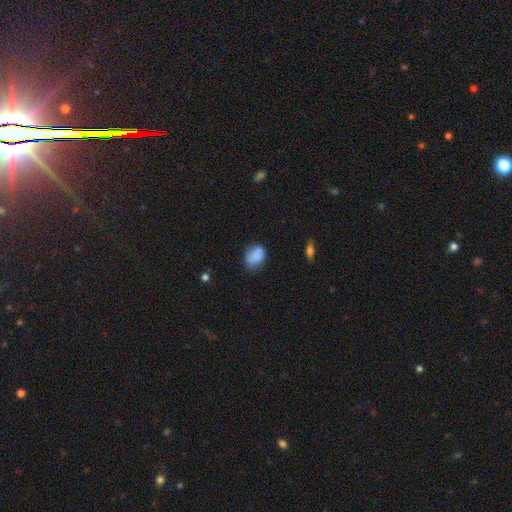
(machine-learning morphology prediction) Smooth or featured? smooth (82%)
How rounded? in between (77%)
Merging? none (62%)